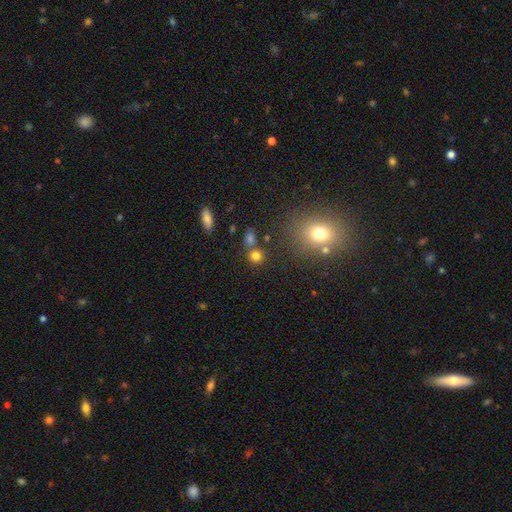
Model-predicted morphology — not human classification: A smooth galaxy with no disk features (77%) that is round (84%).

Vote fractions:
- Smooth or featured? smooth: 77% / star or artifact: 16% / featured or disk: 8%
- How rounded? round: 84% / in between: 15% / cigar-shaped: 1%
- Merging? none: 65% / merger: 22% / minor disturbance: 9% / major disturbance: 4%